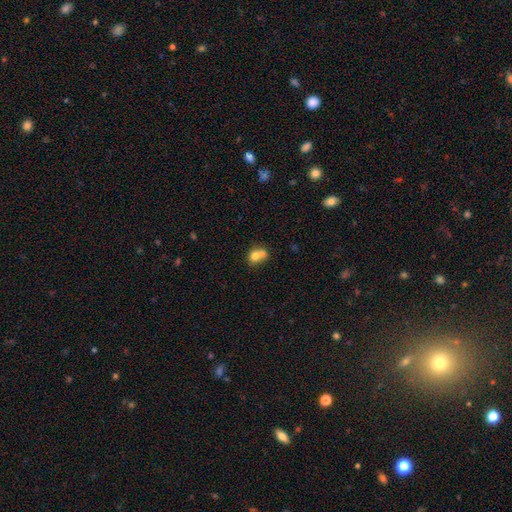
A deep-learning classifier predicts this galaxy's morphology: type=smooth (72%); roundness=round (67%); merging=merger (59%).